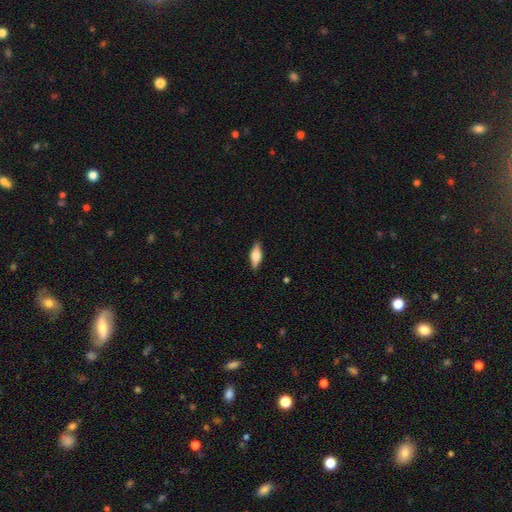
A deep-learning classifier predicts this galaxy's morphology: type=smooth (57%); roundness=in between (65%); merging=none (88%).